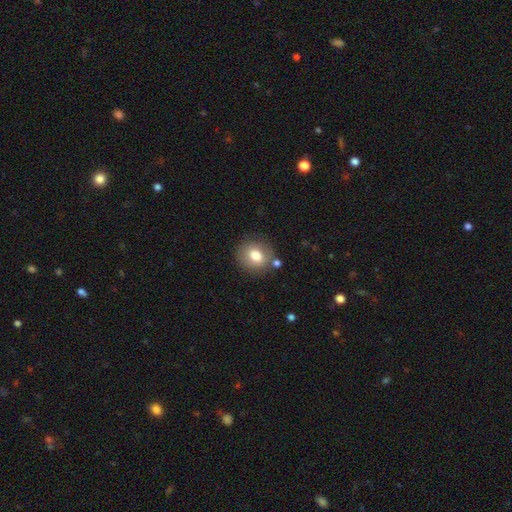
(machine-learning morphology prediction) Smooth or featured? smooth (76%)
How rounded? round (74%)
Merging? none (79%)